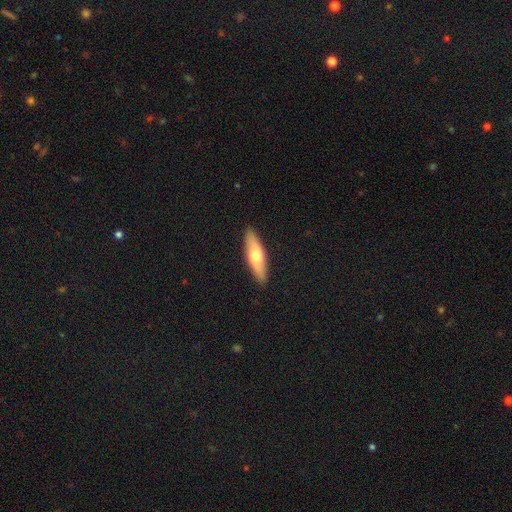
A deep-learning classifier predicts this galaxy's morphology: A smooth galaxy with no disk features (59%) that is cigar-shaped (58%).

Vote fractions:
- Smooth or featured? smooth: 59% / featured or disk: 36% / star or artifact: 6%
- How rounded? cigar-shaped: 58% / in between: 40% / round: 2%
- Merging? none: 89% / minor disturbance: 9% / major disturbance: 2% / merger: 1%